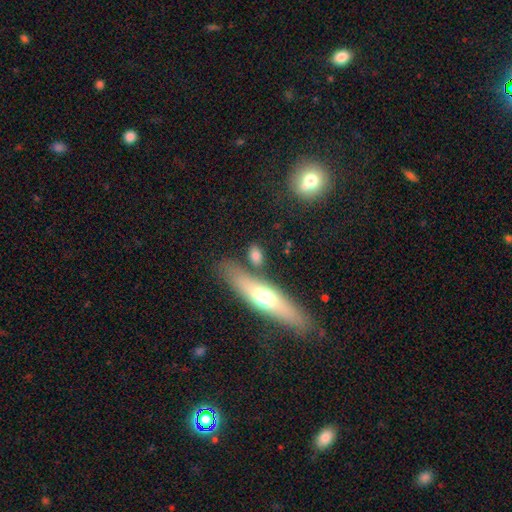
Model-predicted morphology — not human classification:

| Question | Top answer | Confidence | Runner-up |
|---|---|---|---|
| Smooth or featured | smooth | 72% | featured or disk (19%) |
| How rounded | in between | 64% | cigar-shaped (20%) |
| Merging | none | 73% | minor disturbance (12%) |